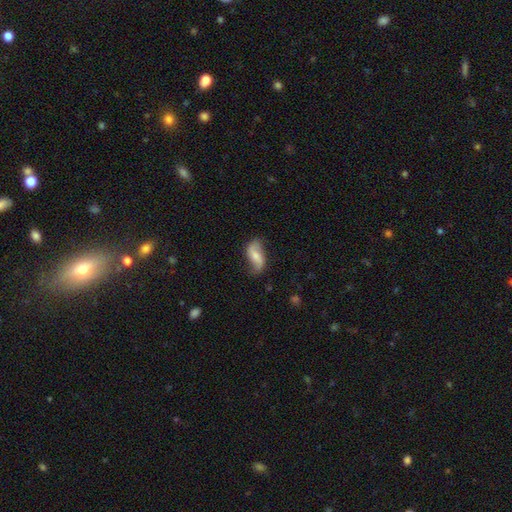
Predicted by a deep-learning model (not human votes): Overall: featured or disk (54%; smooth 39%). Edge-on disk: no (94%). Bar: no (42%; weak 38%). Spiral arms: yes (87%). Bulge size: moderate (44%; small 41%). Merging: none (66%).